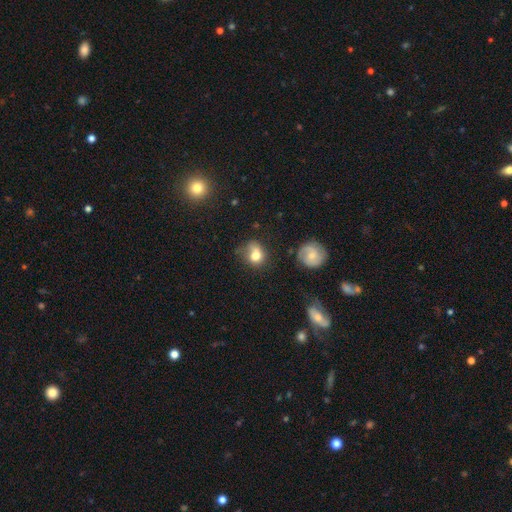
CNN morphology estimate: Overall: smooth (69%). How rounded: round (63%; in between 36%). Merging: none (44%; minor disturbance 28%).